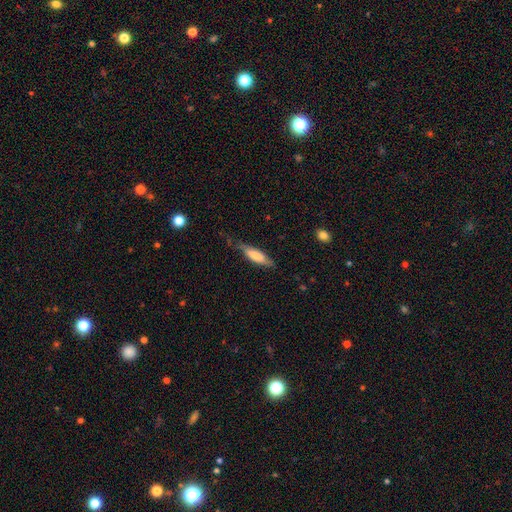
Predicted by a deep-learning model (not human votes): This appears to be a smooth galaxy with no disk features (68%) that is cigar-shaped (61%). Merging: none (66%).